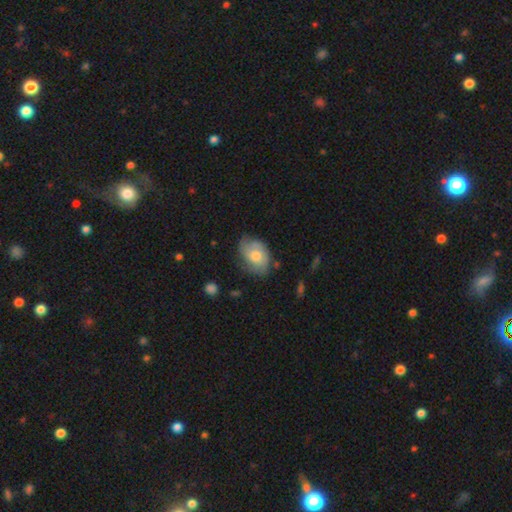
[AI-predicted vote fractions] This is possibly a smooth galaxy (56%). How rounded: likely in between (77%). Merging: possibly none (59%).